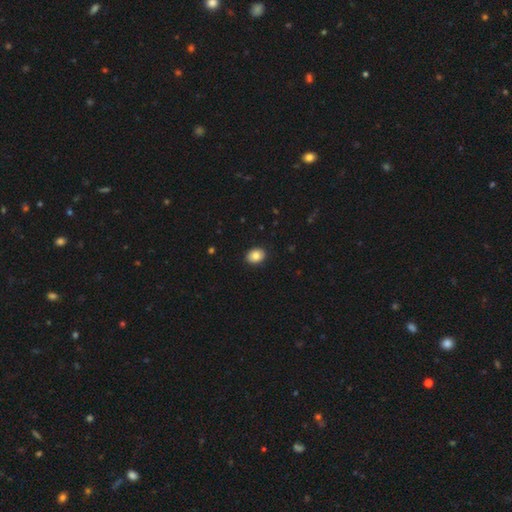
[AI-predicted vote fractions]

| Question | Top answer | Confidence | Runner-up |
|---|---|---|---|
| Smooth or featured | smooth | 83% | featured or disk (9%) |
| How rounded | in between | 64% | round (35%) |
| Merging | none | 90% | minor disturbance (7%) |